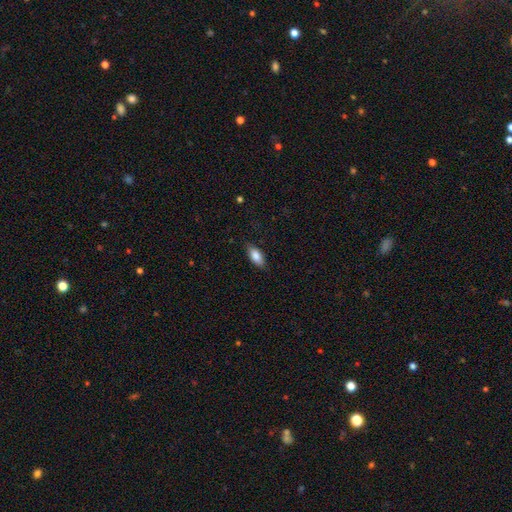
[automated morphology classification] Smooth or featured: smooth — 84% (featured or disk — 10%)
How rounded: in between — 85% (cigar-shaped — 12%)
Merging: none — 82% (minor disturbance — 14%)